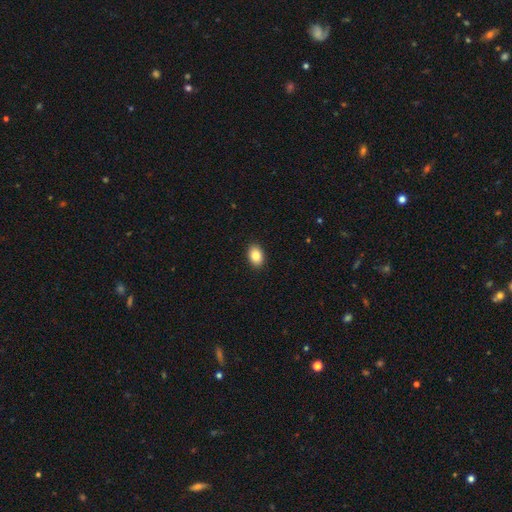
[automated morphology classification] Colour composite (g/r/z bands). It shows a smooth galaxy with no disk features (87%) that is in between round and cigar-shaped (84%). Merging: none (91%).